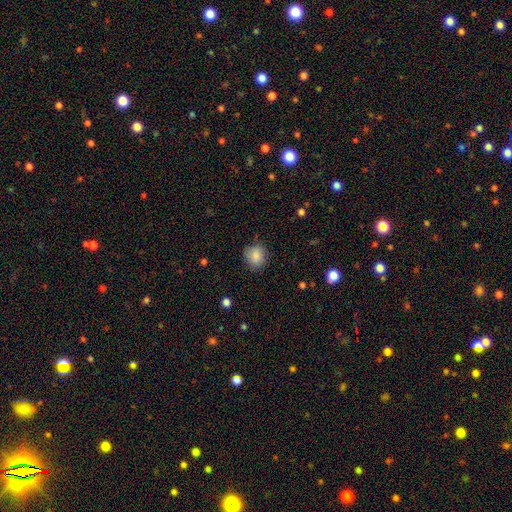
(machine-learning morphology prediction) Smooth or featured? Predicted: smooth (p=0.86). How rounded? Predicted: round (p=0.78). Merging? Predicted: none (p=0.78).